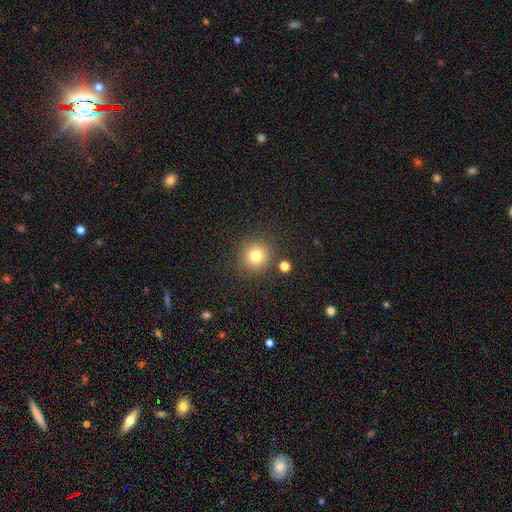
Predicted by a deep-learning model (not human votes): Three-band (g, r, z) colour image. It shows a smooth galaxy with no disk features (80%) that is round (91%). Merging: none (84%).